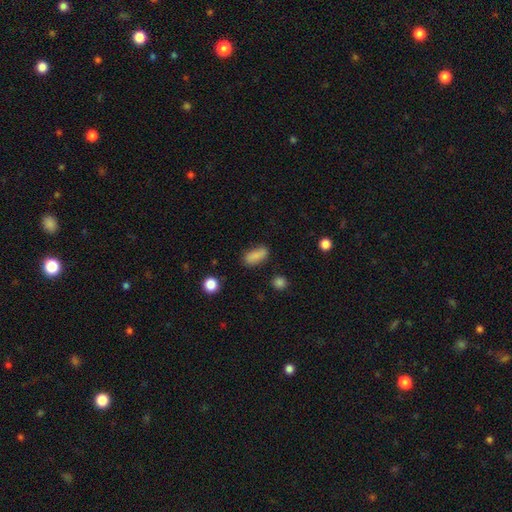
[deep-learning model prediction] Q: Smooth or featured?
A: smooth (84%); runner-up: star or artifact (9%)
Q: How rounded?
A: in between (82%); runner-up: cigar-shaped (14%)
Q: Merging?
A: none (75%); runner-up: minor disturbance (17%)